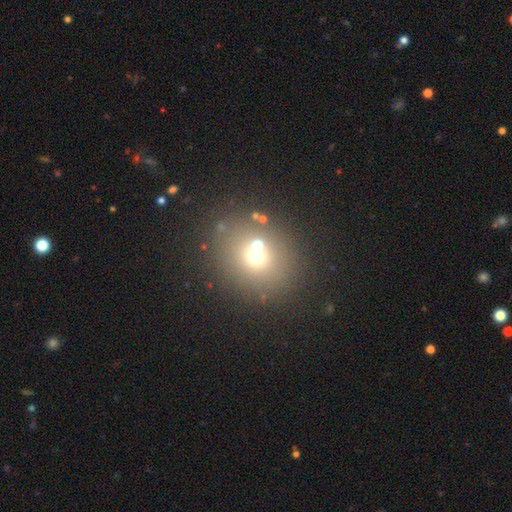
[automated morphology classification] Q: Smooth or featured?
A: smooth (62%); runner-up: star or artifact (22%)
Q: How rounded?
A: round (77%); runner-up: in between (22%)
Q: Merging?
A: none (68%); runner-up: merger (19%)